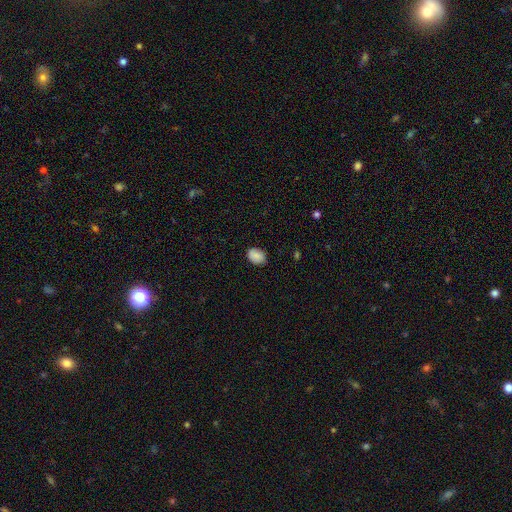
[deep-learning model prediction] Smooth or featured? smooth (85%)
How rounded? in between (61%)
Merging? none (81%)